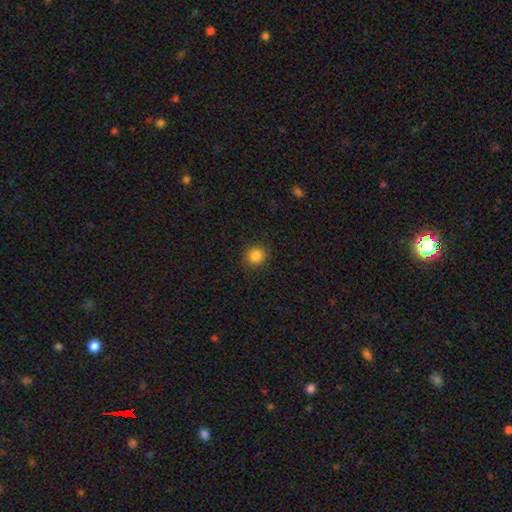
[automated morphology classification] smooth-or-featured: smooth: 85% | star or artifact: 11% | featured or disk: 4%
  how-rounded: round: 88% | in between: 11% | cigar-shaped: 1%
  merging: none: 90% | minor disturbance: 7% | major disturbance: 2% | merger: 1%